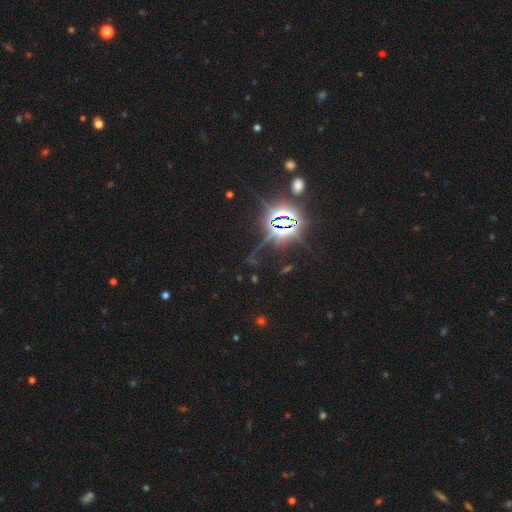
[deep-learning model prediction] A star or artifact, not a galaxy (85%).

Vote fractions:
- Smooth or featured? star or artifact: 85% / smooth: 8% / featured or disk: 7%